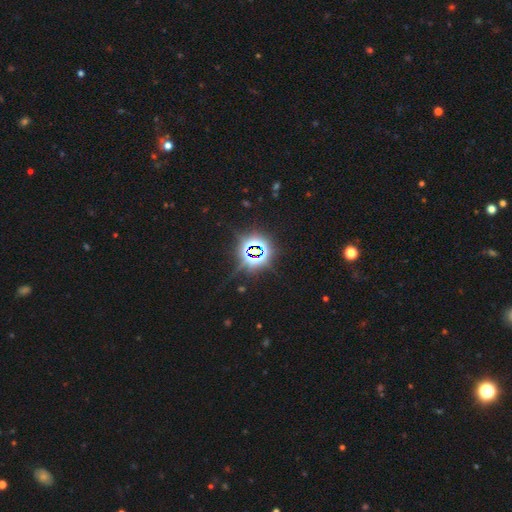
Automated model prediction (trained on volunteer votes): Morphology: type=star or artifact (82%).